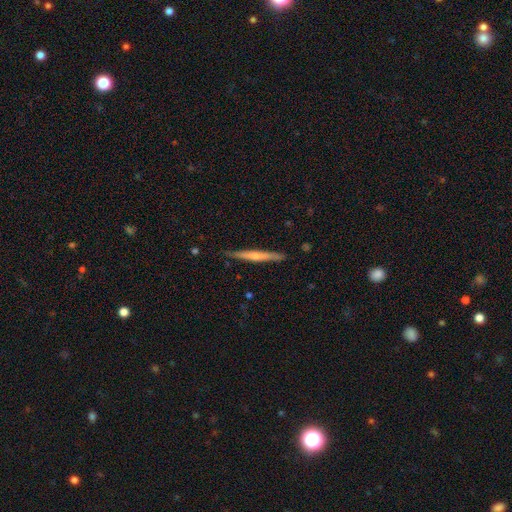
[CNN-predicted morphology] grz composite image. It shows a featured or disk galaxy (48%). Merging: none (86%).